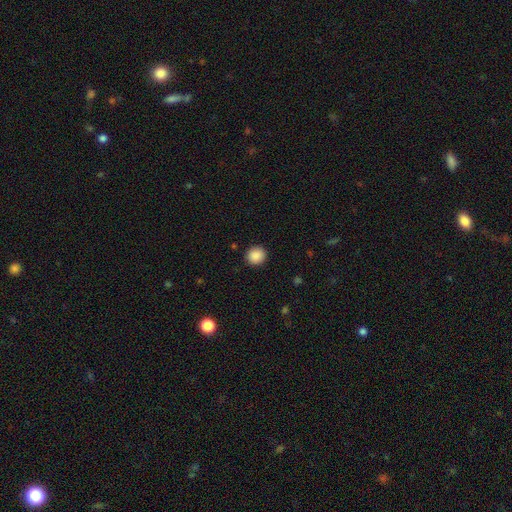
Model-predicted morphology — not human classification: Smooth or featured: smooth — 89% (star or artifact — 9%)
How rounded: round — 89% (in between — 10%)
Merging: none — 91% (minor disturbance — 6%)